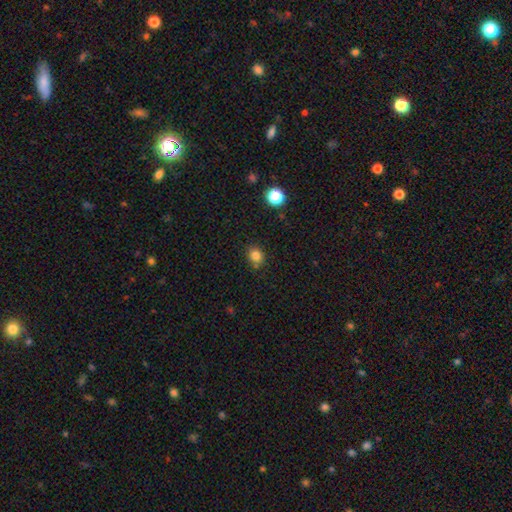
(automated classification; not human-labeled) This appears to be a smooth galaxy with no disk features (82%) that is round (71%). Merging: none (76%).